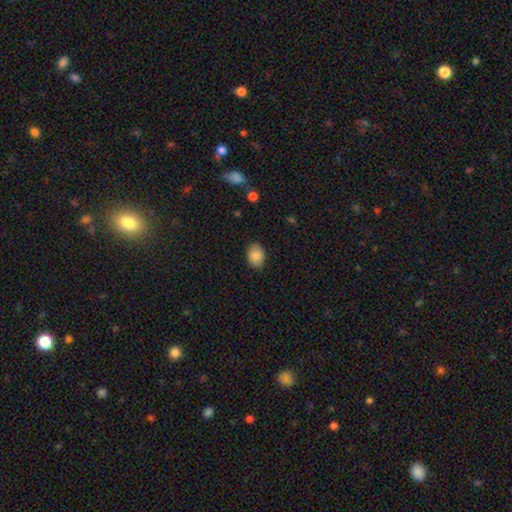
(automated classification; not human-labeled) Morphology: type=smooth (86%); roundness=in between (72%); merging=none (85%).